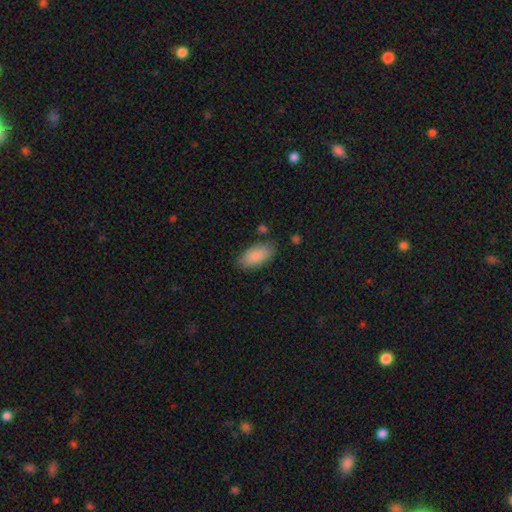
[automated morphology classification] type=smooth (87%); roundness=in between (92%); merging=none (80%).